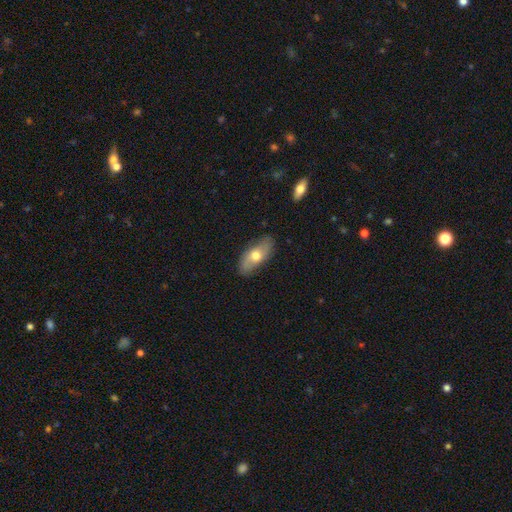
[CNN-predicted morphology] The model was most divided on "smooth or featured": smooth: 56%, featured or disk: 38%, star or artifact: 6%. More confident: how rounded — in between (84%); merging — none (81%).